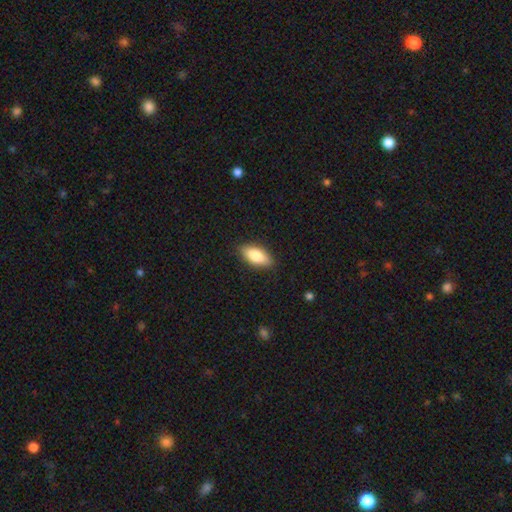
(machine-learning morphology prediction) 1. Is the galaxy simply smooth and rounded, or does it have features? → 82% smooth, 11% featured or disk, 6% star or artifact.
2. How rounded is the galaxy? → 87% in between, 11% cigar-shaped, 3% round.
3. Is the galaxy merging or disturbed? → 87% none, 10% minor disturbance, 2% major disturbance, 1% merger.